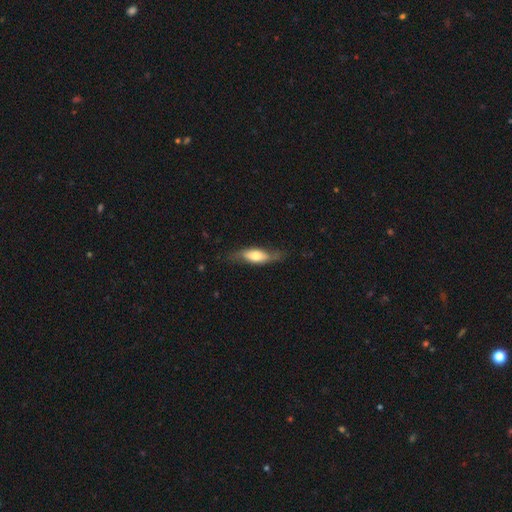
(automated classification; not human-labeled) This is possibly a smooth galaxy (50%). Merging: likely none (64%).